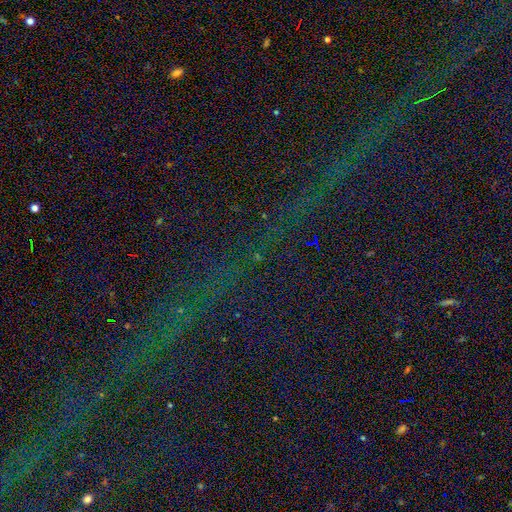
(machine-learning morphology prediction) Smooth or featured? Predicted: star or artifact (p=0.83).